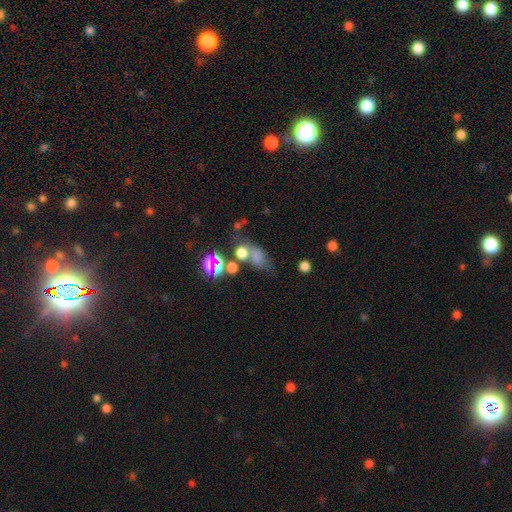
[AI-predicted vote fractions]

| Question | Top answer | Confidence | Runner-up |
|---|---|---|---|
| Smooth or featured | smooth | 60% | star or artifact (25%) |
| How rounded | in between | 63% | round (30%) |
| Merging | none | 40% | merger (28%) |